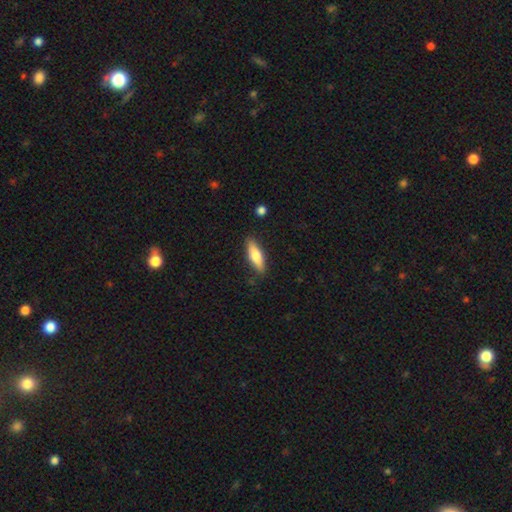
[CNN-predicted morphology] A smooth galaxy with no disk features (67%) that is cigar-shaped (54%).

Vote fractions:
- Smooth or featured? smooth: 67% / featured or disk: 27% / star or artifact: 6%
- How rounded? cigar-shaped: 54% / in between: 44% / round: 2%
- Merging? none: 85% / minor disturbance: 11% / major disturbance: 2% / merger: 2%